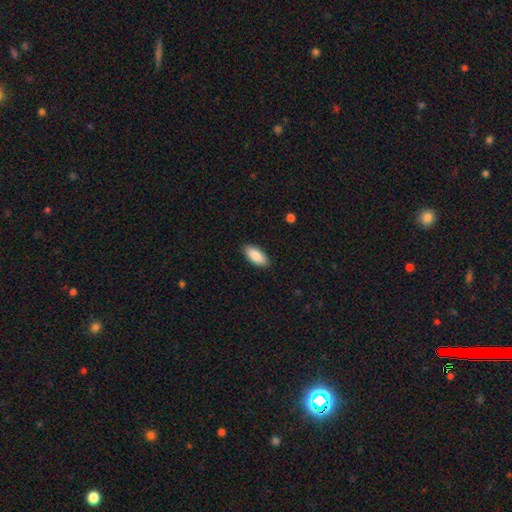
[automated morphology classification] smooth 89%, star or artifact 6%, featured or disk 6%. Down the decision tree: how rounded — in between (88%); merging — none (89%).